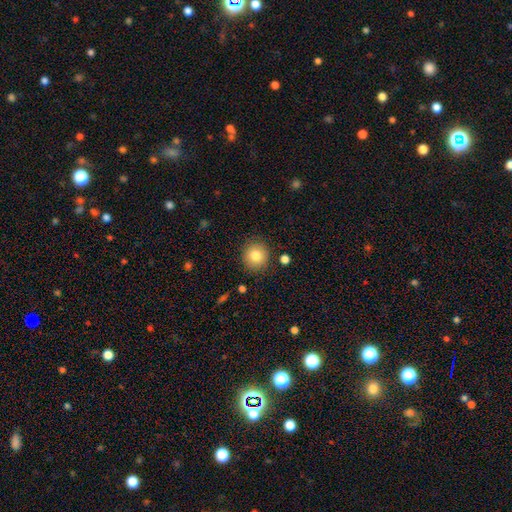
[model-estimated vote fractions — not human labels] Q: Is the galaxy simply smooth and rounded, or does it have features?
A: smooth — 81%.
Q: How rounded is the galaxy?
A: round — 90%.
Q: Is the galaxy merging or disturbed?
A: none — 88%.